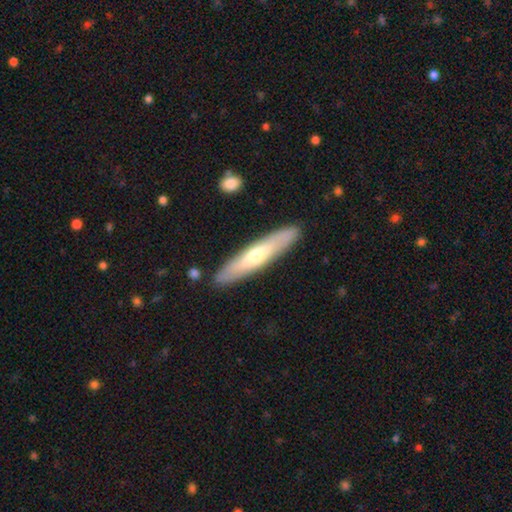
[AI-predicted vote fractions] This is possibly a smooth galaxy (49%). Merging: clearly none (89%).